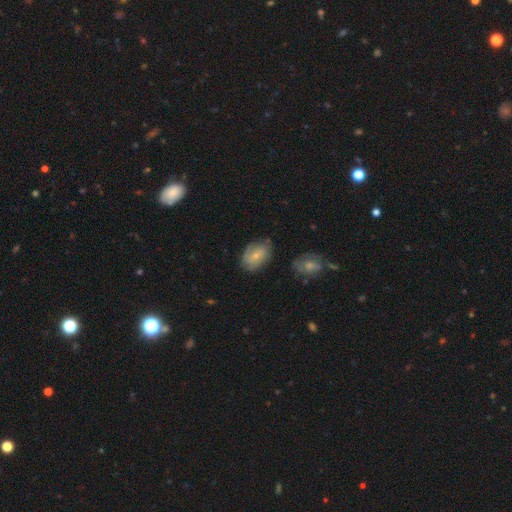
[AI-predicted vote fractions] Smooth or featured? Predicted: smooth (p=0.55). How rounded? Predicted: in between (p=0.82). Merging? Predicted: none (p=0.65).